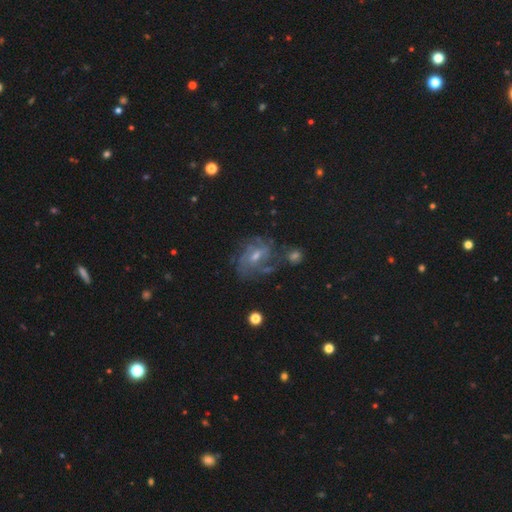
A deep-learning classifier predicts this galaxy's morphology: smooth_or_featured: featured or disk (p=0.75) [alt: smooth p=0.14]
disk_edge_on: no (p=0.96) [alt: yes p=0.04]
bar: weak (p=0.54) [alt: no p=0.32]
has_spiral_arms: yes (p=0.87) [alt: no p=0.13]
spiral_winding: tight (p=0.44) [alt: medium p=0.40]
spiral_arm_count: can't tell (p=0.43) [alt: 3 p=0.19]
bulge_size: moderate (p=0.47) [alt: small p=0.45]
merging: none (p=0.57) [alt: minor disturbance p=0.20]